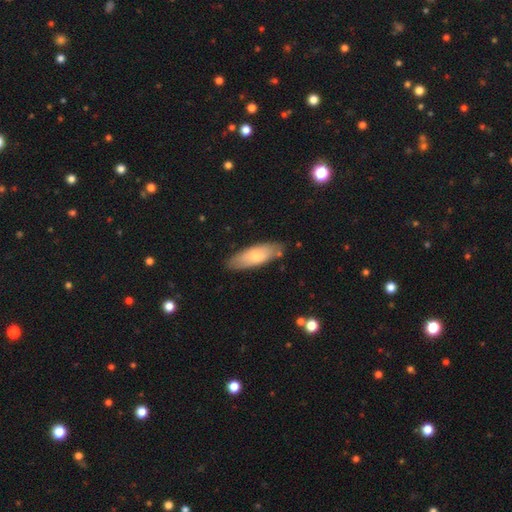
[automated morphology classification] Overall: smooth (70%). How rounded: in between (64%; cigar-shaped 34%). Merging: none (78%).